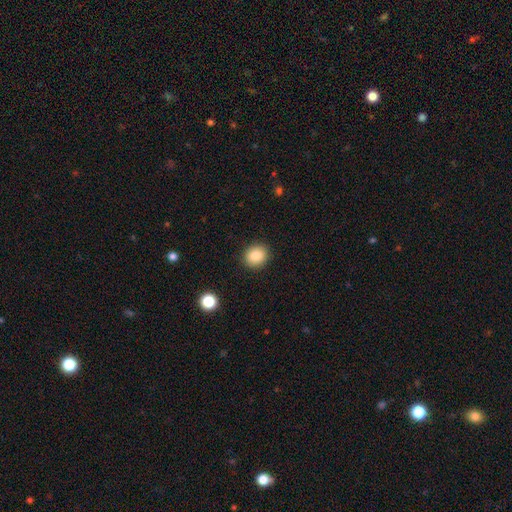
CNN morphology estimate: smooth_or_featured: smooth (p=0.85) [alt: star or artifact p=0.09]
how_rounded: round (p=0.75) [alt: in between p=0.24]
merging: none (p=0.90) [alt: minor disturbance p=0.07]